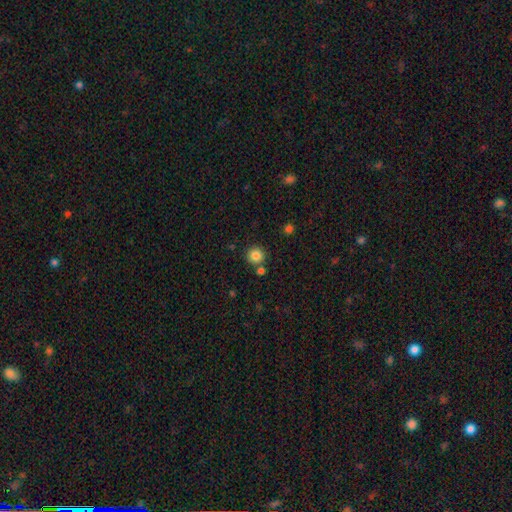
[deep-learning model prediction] Overall: smooth (84%). How rounded: round (93%). Merging: none (82%).